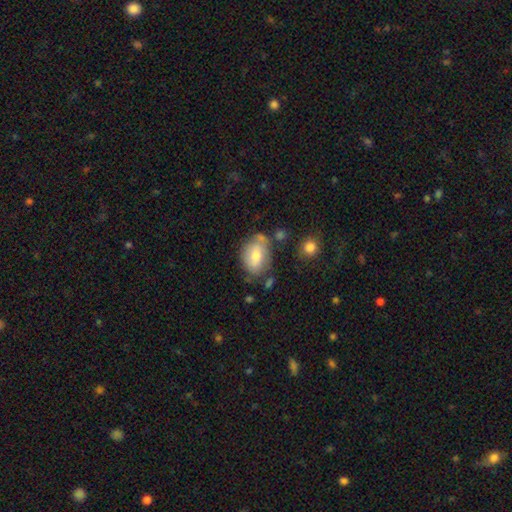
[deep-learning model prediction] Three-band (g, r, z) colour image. It shows a smooth galaxy with no disk features (66%) that is in between round and cigar-shaped (74%). Merging: none (57%).